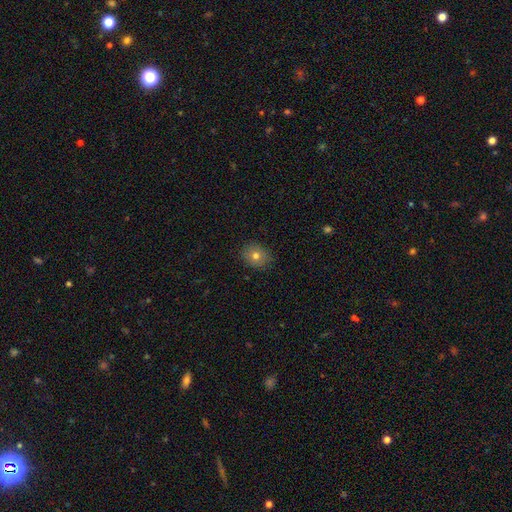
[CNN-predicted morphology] Smooth or featured? Predicted: smooth (p=0.76). How rounded? Predicted: round (p=0.63). Merging? Predicted: none (p=0.86).